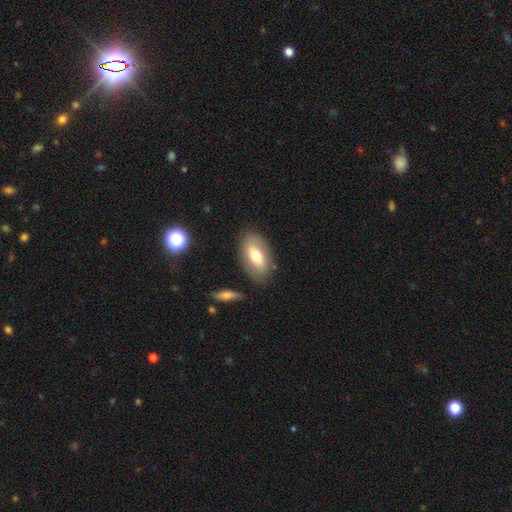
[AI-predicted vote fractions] Q: Smooth or featured?
A: smooth (61%); runner-up: featured or disk (32%)
Q: How rounded?
A: in between (90%); runner-up: round (5%)
Q: Merging?
A: none (81%); runner-up: minor disturbance (12%)